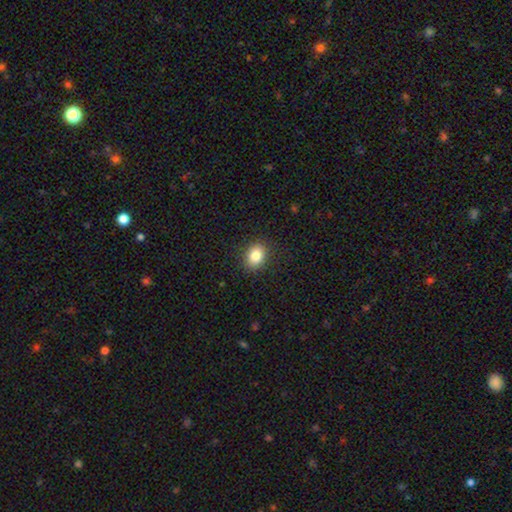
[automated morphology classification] smooth-or-featured: smooth: 84% | star or artifact: 10% | featured or disk: 6%
  how-rounded: in between: 58% | round: 41% | cigar-shaped: 1%
  merging: none: 88% | minor disturbance: 8% | major disturbance: 3% | merger: 1%